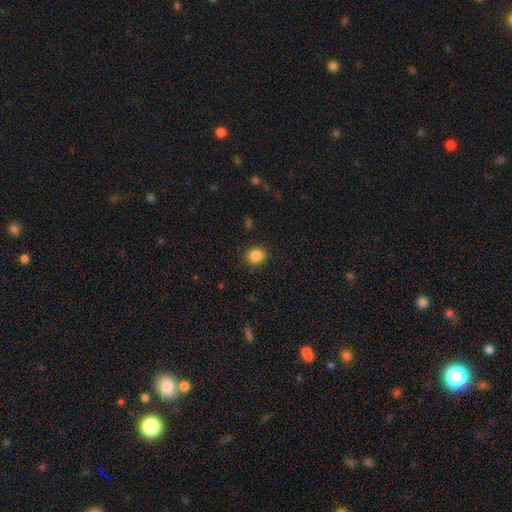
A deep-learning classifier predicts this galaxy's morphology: Overall: smooth (85%). How rounded: round (87%). Merging: none (89%).